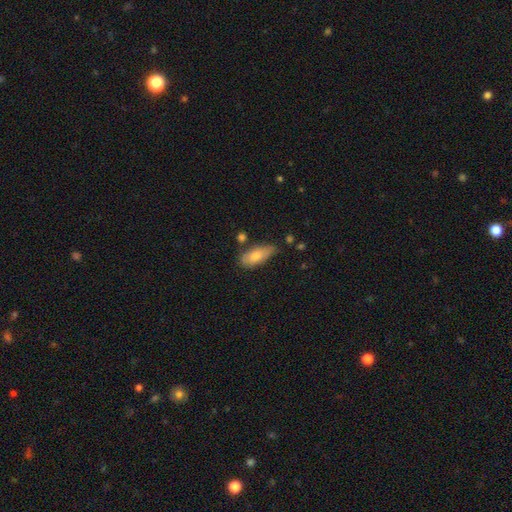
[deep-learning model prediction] Smooth or featured? smooth (73%)
How rounded? in between (80%)
Merging? none (55%)